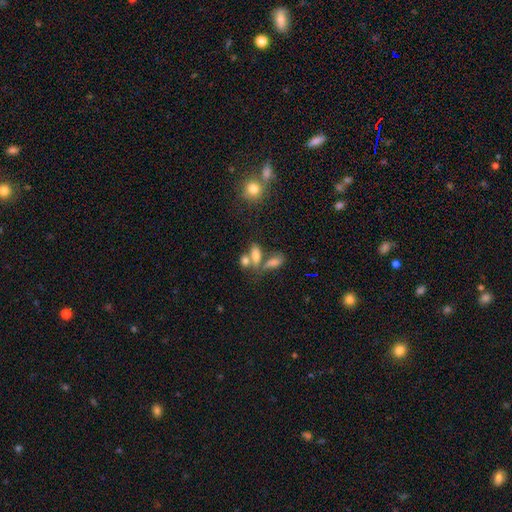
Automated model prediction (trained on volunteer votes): Overall: smooth (74%). How rounded: in between (74%). Merging: merger (44%; none 38%).